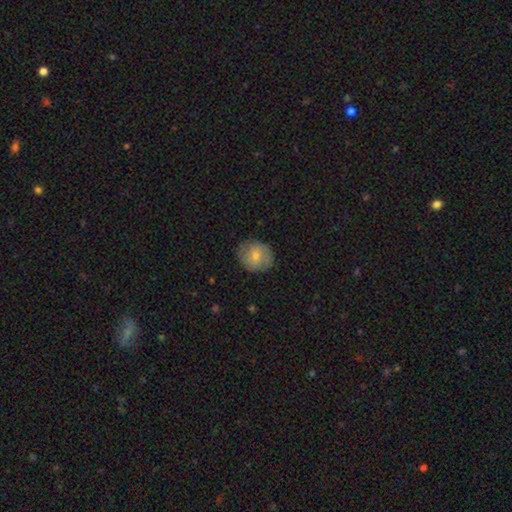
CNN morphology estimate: smooth_or_featured: smooth (p=0.64) [alt: featured or disk p=0.28]
how_rounded: round (p=0.82) [alt: in between p=0.17]
merging: none (p=0.83) [alt: minor disturbance p=0.13]